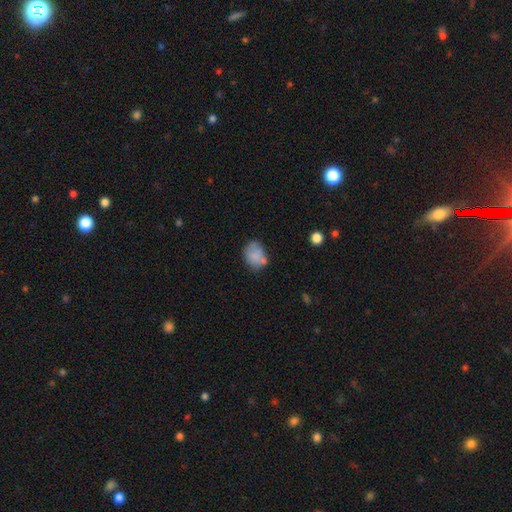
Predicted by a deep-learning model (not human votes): Smooth or featured? Predicted: smooth (p=0.77). How rounded? Predicted: in between (p=0.61). Merging? Predicted: none (p=0.53).